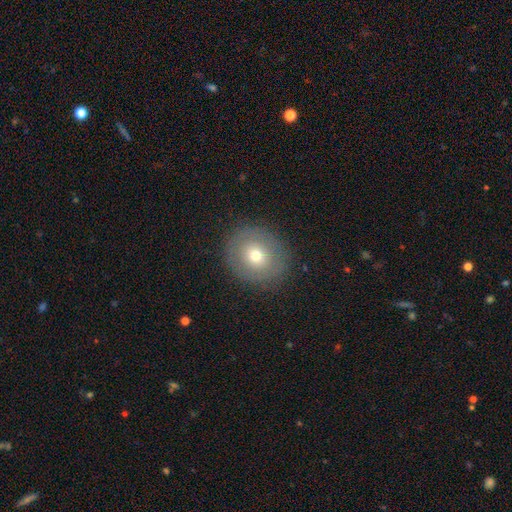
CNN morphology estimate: smooth_or_featured: smooth (p=0.60) [alt: featured or disk p=0.29]
how_rounded: round (p=0.77) [alt: in between p=0.22]
merging: none (p=0.87) [alt: minor disturbance p=0.09]